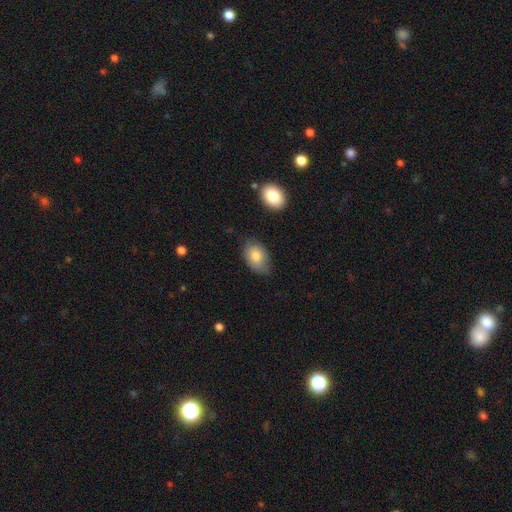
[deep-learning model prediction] This appears to be a smooth galaxy with no disk features (80%) that is in between round and cigar-shaped (88%). Merging: none (63%).